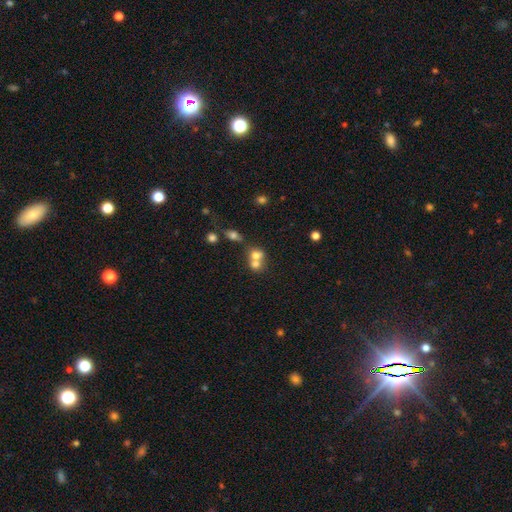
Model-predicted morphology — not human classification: This appears to be a smooth galaxy with no disk features (68%) that is round (70%). Merging: merger (65%).